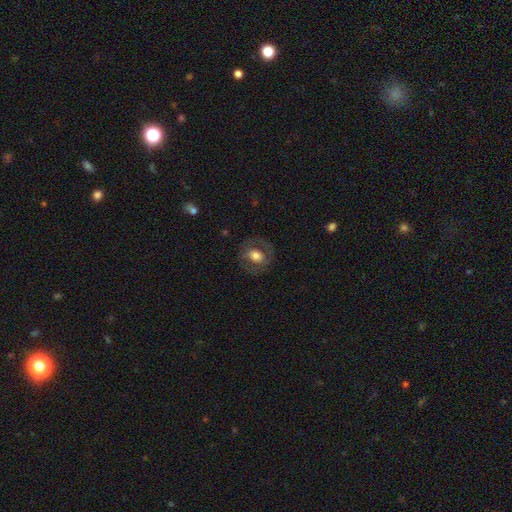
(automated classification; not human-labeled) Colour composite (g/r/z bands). It shows a smooth galaxy with no disk features (57%) that is round (68%). Merging: none (79%).